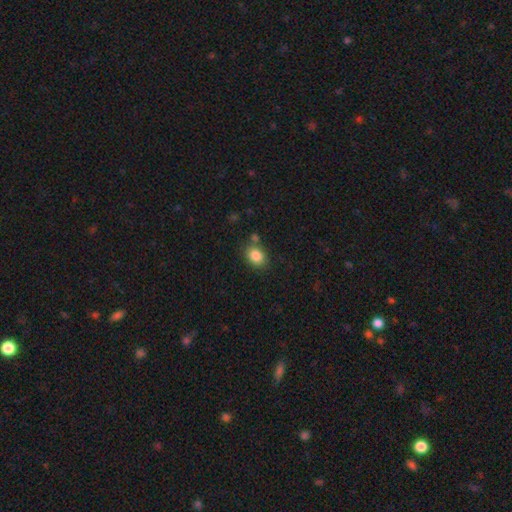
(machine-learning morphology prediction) A smooth galaxy with no disk features (85%) that is in between round and cigar-shaped (55%). Merging: none (73%).